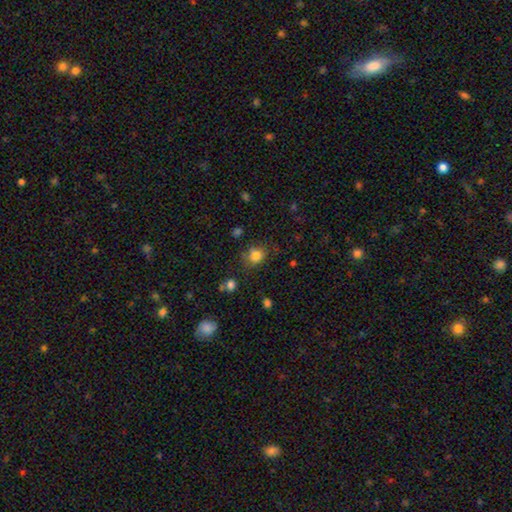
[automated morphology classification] This is clearly a smooth galaxy (82%). How rounded: likely round (73%). Merging: likely none (74%).